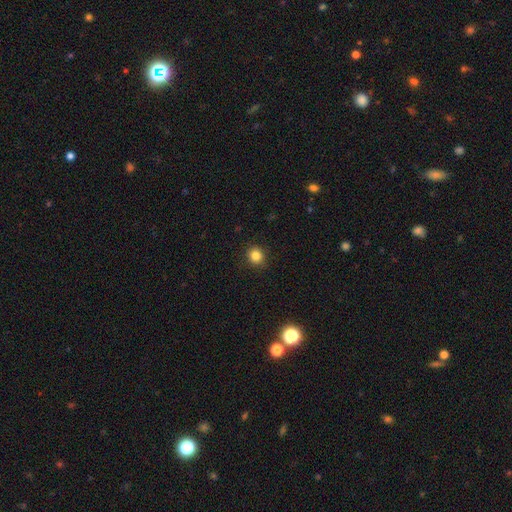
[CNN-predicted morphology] The model was most divided on "smooth or featured": smooth: 84%, star or artifact: 12%, featured or disk: 5%. More confident: merging — none (91%); how rounded — round (88%).